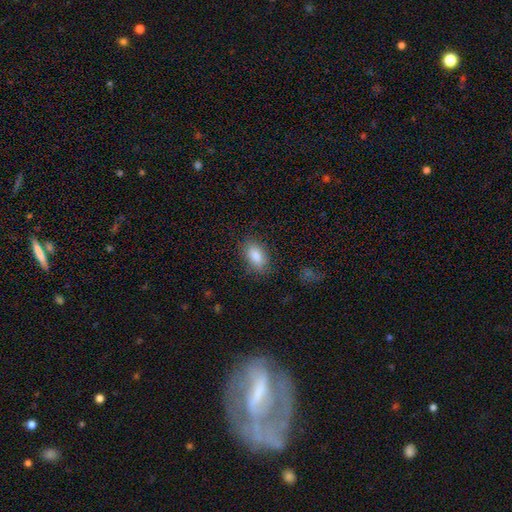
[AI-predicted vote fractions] This is clearly a smooth galaxy (86%). How rounded: clearly in between (91%). Merging: clearly none (83%).